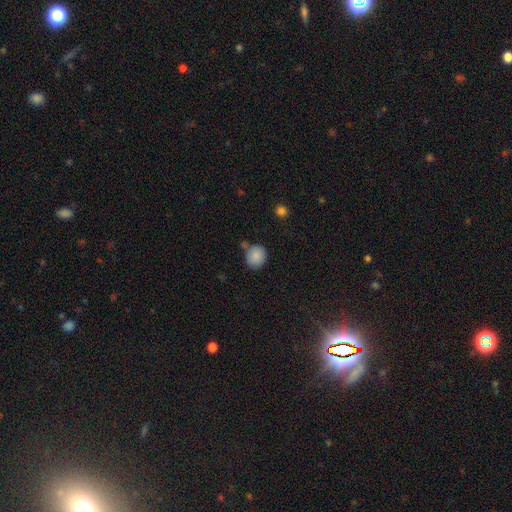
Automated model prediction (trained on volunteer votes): smooth-or-featured: smooth: 87% | star or artifact: 8% | featured or disk: 5%
  how-rounded: round: 83% | in between: 16% | cigar-shaped: 1%
  merging: none: 71% | minor disturbance: 16% | merger: 10% | major disturbance: 4%